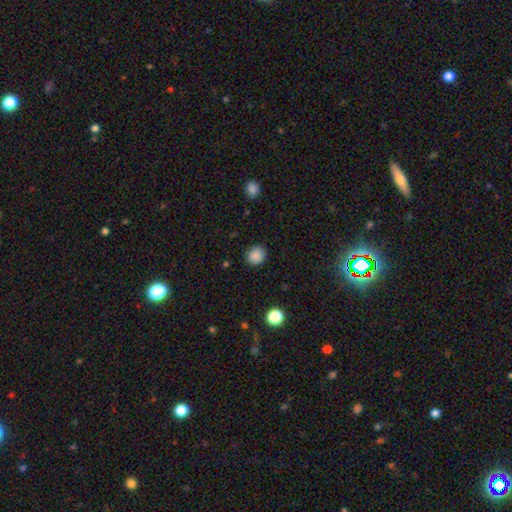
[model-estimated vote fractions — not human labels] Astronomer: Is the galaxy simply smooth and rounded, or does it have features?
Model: smooth — 87%.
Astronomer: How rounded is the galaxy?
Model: round — 88%.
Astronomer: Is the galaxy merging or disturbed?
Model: none — 88%.